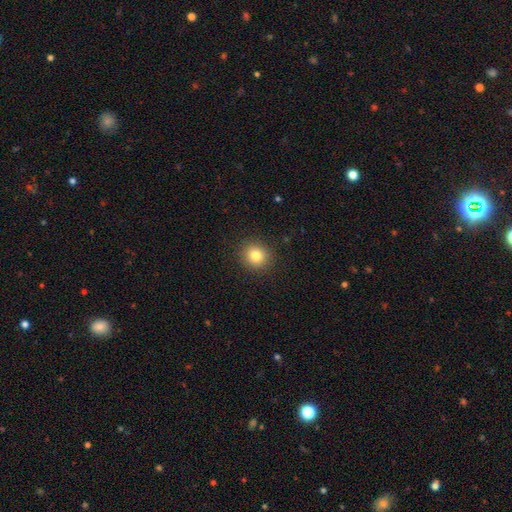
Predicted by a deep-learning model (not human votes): Smooth or featured?
  - smooth: 80% *
  - star or artifact: 12%
  - featured or disk: 7%
How rounded?
  - round: 88% *
  - in between: 11%
  - cigar-shaped: 1%
Merging?
  - none: 91% *
  - minor disturbance: 6%
  - major disturbance: 2%
  - merger: 1%